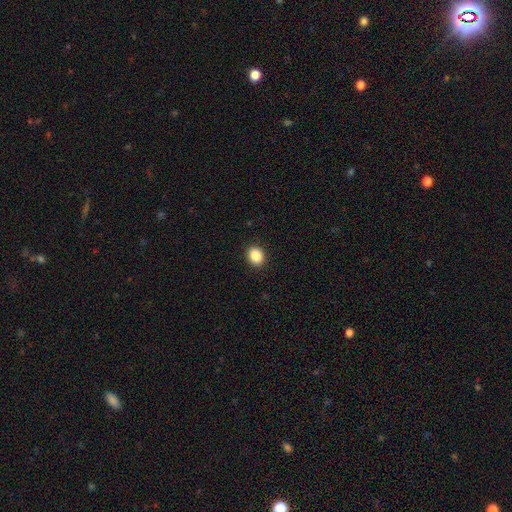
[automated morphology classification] Q: Smooth or featured?
A: smooth (87%); runner-up: star or artifact (9%)
Q: How rounded?
A: round (59%); runner-up: in between (40%)
Q: Merging?
A: none (91%); runner-up: minor disturbance (6%)